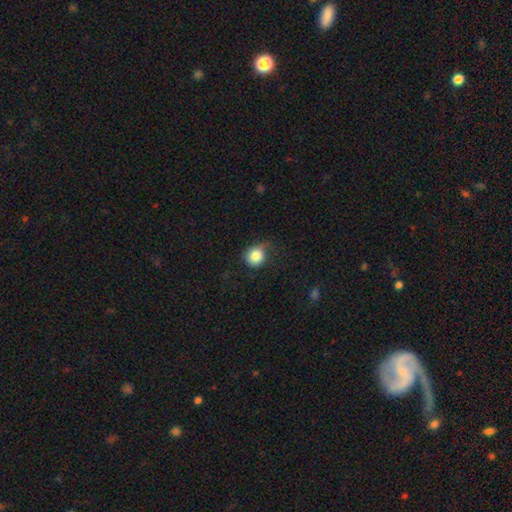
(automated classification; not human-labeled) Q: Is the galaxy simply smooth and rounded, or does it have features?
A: smooth — 82%.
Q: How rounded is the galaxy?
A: round — 79%.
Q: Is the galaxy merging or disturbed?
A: none — 52%.